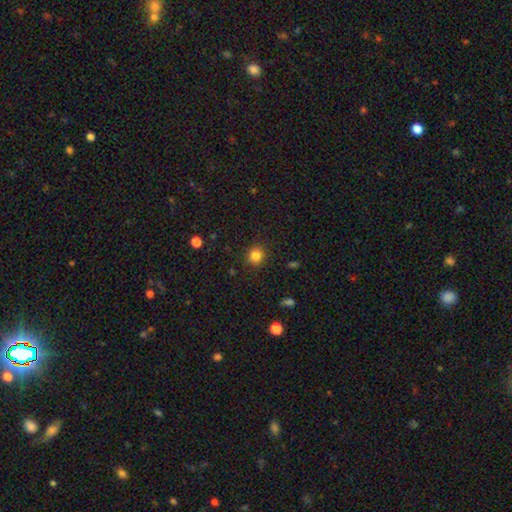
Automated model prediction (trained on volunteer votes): Smooth or featured: smooth — 83% (star or artifact — 12%)
How rounded: round — 89% (in between — 11%)
Merging: none — 88% (minor disturbance — 8%)